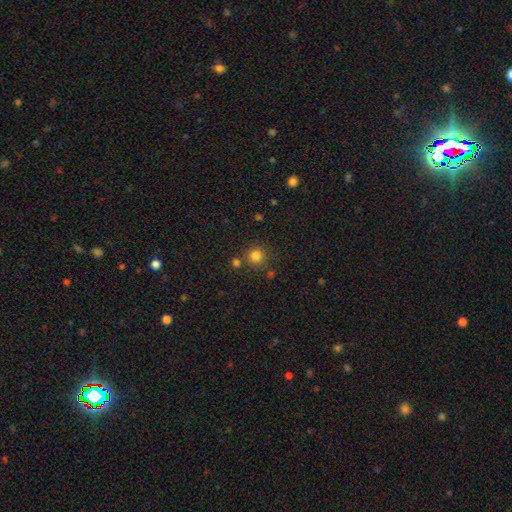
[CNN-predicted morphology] A smooth galaxy with no disk features (81%) that is round (93%). Merging: none (77%).